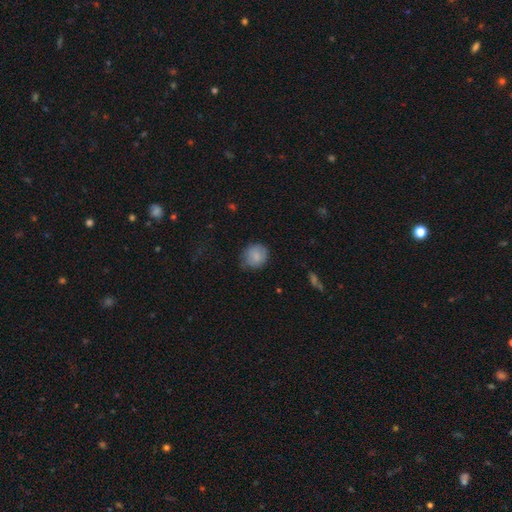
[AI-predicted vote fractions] smooth 82%, featured or disk 10%, star or artifact 8%. Down the decision tree: how rounded — round (83%); merging — none (70%).